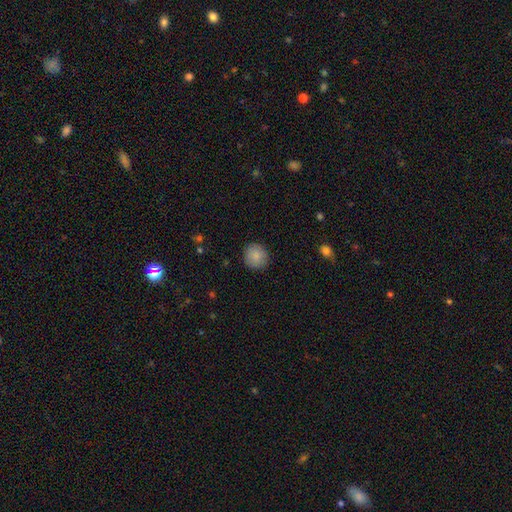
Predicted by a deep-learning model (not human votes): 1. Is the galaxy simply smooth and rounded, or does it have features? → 87% smooth, 8% star or artifact, 5% featured or disk.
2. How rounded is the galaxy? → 93% round, 7% in between, 1% cigar-shaped.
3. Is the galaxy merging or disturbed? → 90% none, 7% minor disturbance, 2% major disturbance, 1% merger.